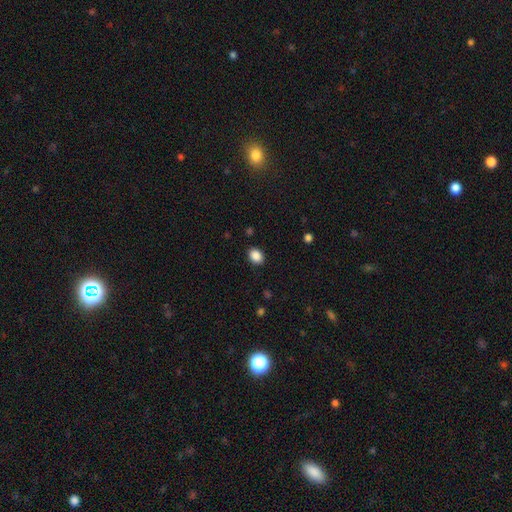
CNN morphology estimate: Overall: smooth (88%). How rounded: in between (65%; round 34%). Merging: none (89%).